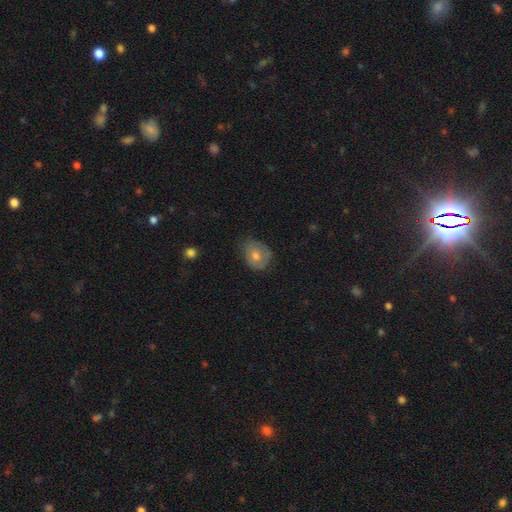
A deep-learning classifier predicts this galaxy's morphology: Overall: smooth (58%; featured or disk 32%). How rounded: round (55%; in between 44%). Merging: none (63%; minor disturbance 28%).